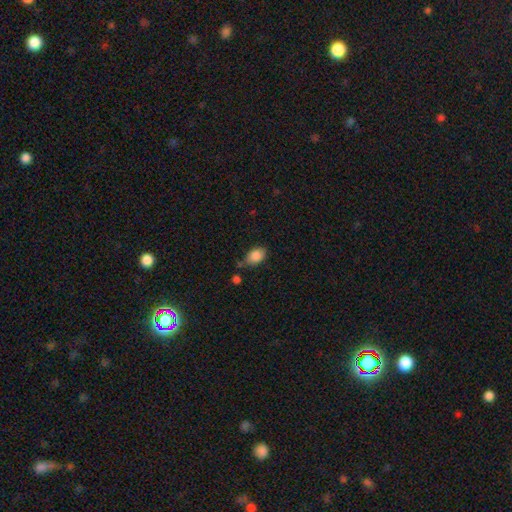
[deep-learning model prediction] Morphology: type=smooth (87%); roundness=in between (81%); merging=none (64%).